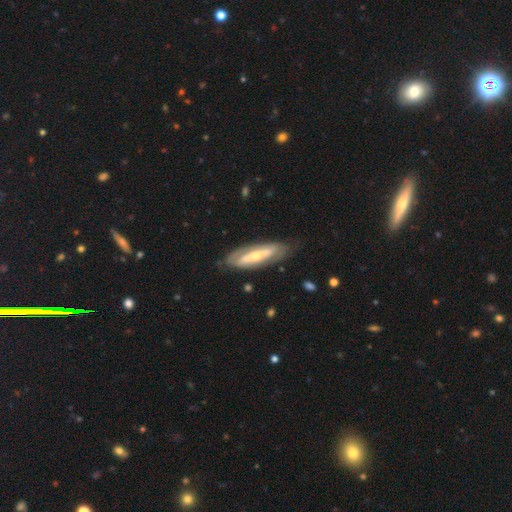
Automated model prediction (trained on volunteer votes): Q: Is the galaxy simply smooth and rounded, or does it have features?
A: featured or disk — 69%.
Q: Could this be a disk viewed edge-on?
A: no — 73%.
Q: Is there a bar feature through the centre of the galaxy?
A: strong — 47%.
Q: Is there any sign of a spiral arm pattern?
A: yes — 55%.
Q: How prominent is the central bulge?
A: moderate — 54%.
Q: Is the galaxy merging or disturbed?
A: none — 74%.